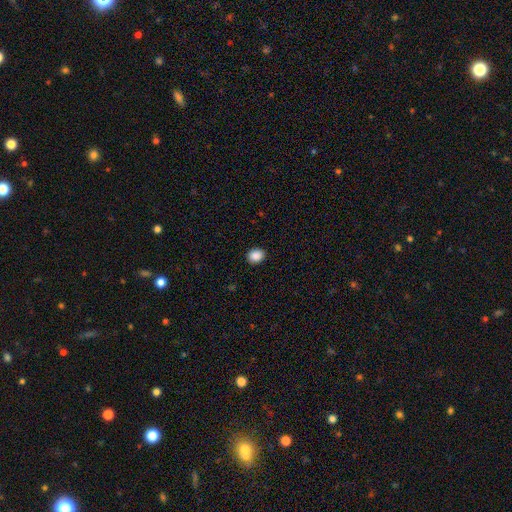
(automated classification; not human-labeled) A smooth galaxy with no disk features (89%) that is round (51%).

Vote fractions:
- Smooth or featured? smooth: 89% / star or artifact: 8% / featured or disk: 3%
- How rounded? round: 51% / in between: 48% / cigar-shaped: 1%
- Merging? none: 91% / minor disturbance: 6% / major disturbance: 2% / merger: 1%